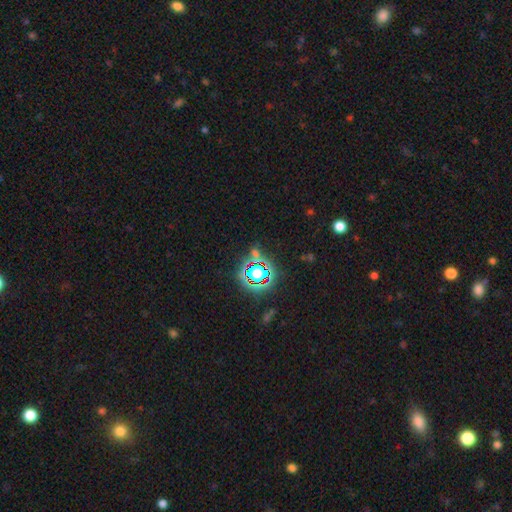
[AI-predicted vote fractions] smooth-or-featured: star or artifact: 76% | smooth: 15% | featured or disk: 9%